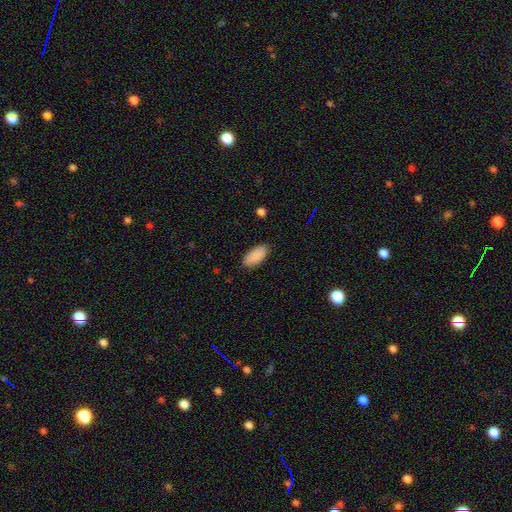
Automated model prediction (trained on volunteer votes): Morphology: type=smooth (90%); roundness=in between (92%); merging=none (87%).